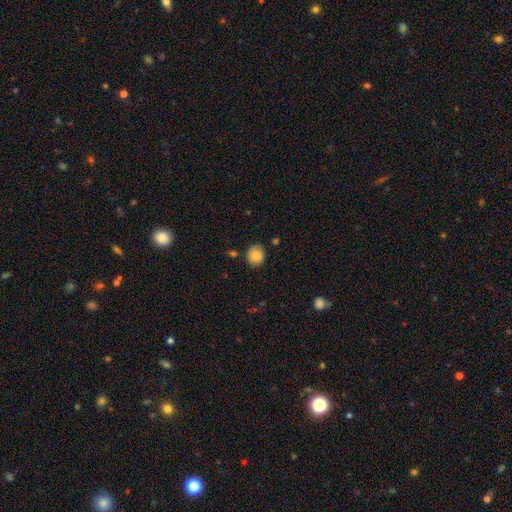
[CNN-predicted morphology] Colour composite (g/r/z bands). It shows a smooth galaxy with no disk features (84%) that is round (76%). Merging: none (81%).